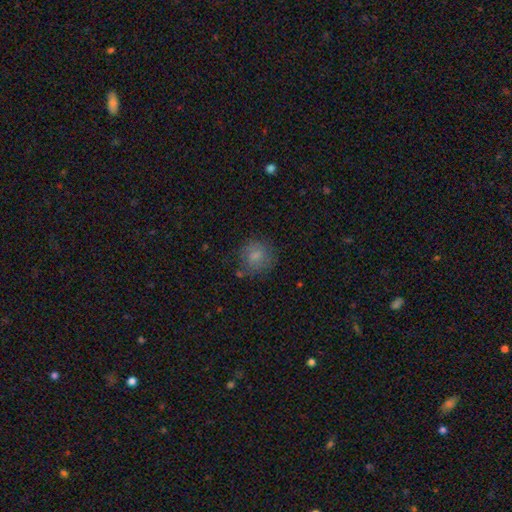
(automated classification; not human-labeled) smooth-or-featured: smooth: 77% | featured or disk: 13% | star or artifact: 10%
  how-rounded: round: 82% | in between: 16% | cigar-shaped: 1%
  merging: none: 72% | minor disturbance: 18% | major disturbance: 7% | merger: 3%